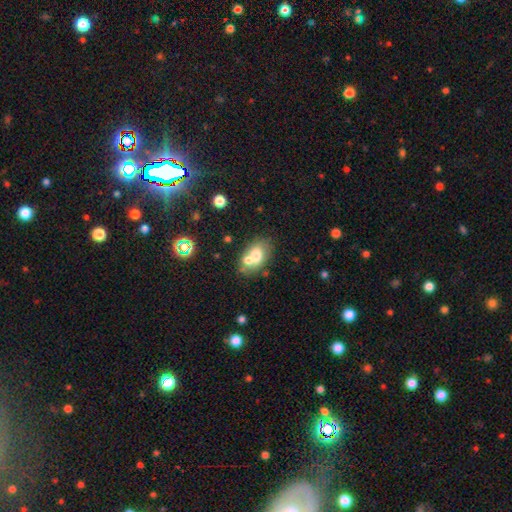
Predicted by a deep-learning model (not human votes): smooth_or_featured: smooth (p=0.66) [alt: featured or disk p=0.23]
how_rounded: in between (p=0.75) [alt: round p=0.24]
merging: none (p=0.42) [alt: merger p=0.41]